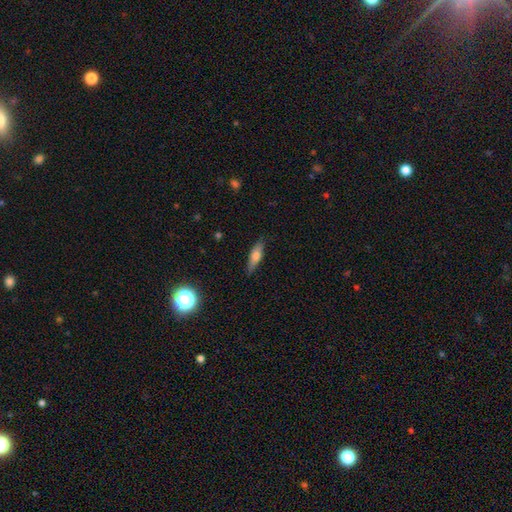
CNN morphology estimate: Smooth or featured? Predicted: smooth (p=0.63). How rounded? Predicted: cigar-shaped (p=0.58). Merging? Predicted: none (p=0.83).